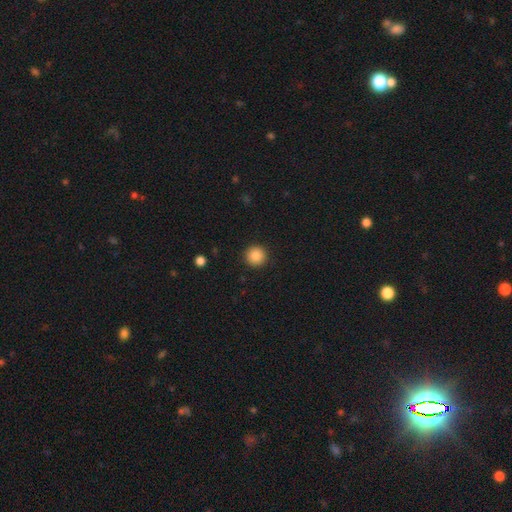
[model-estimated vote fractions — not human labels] The model was most divided on "smooth or featured": smooth: 86%, star or artifact: 10%, featured or disk: 4%. More confident: how rounded — round (95%); merging — none (92%).